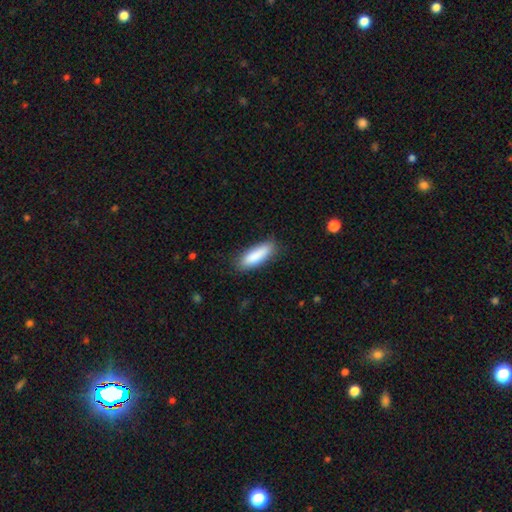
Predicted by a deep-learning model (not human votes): smooth 87%, featured or disk 7%, star or artifact 6%. Down the decision tree: how rounded — in between (53%); merging — none (83%).